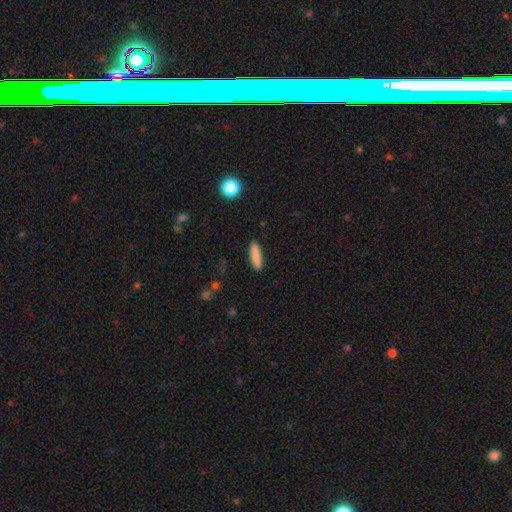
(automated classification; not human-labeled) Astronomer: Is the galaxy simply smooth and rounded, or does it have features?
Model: smooth — 87%.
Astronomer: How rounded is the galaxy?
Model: cigar-shaped — 65%.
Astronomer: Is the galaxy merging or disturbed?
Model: none — 89%.